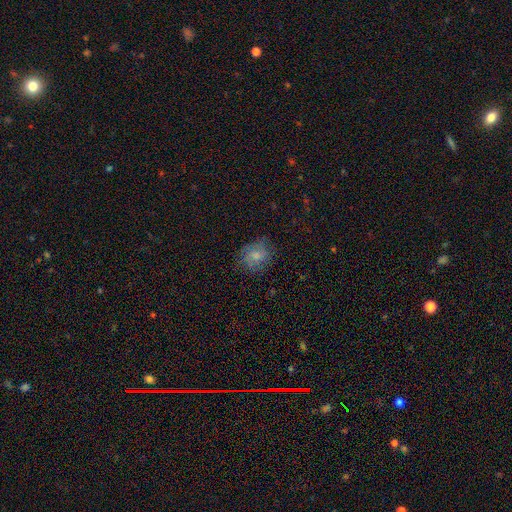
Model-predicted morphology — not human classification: The model was most divided on "smooth or featured": smooth: 58%, featured or disk: 32%, star or artifact: 10%. More confident: merging — none (73%); how rounded — round (63%).